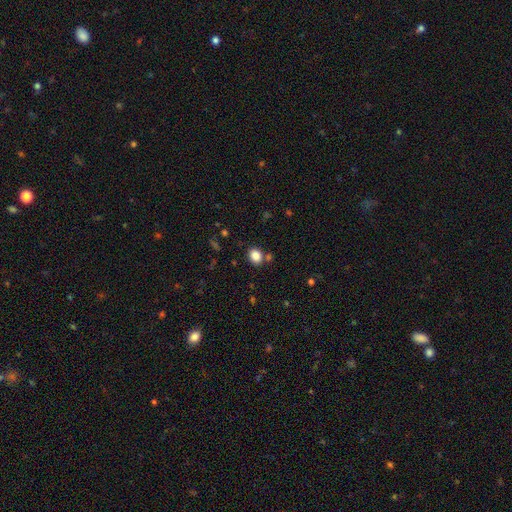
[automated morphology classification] The model was most divided on "how rounded": round: 50%, in between: 49%, cigar-shaped: 1%. More confident: smooth or featured — smooth (85%); merging — none (76%).